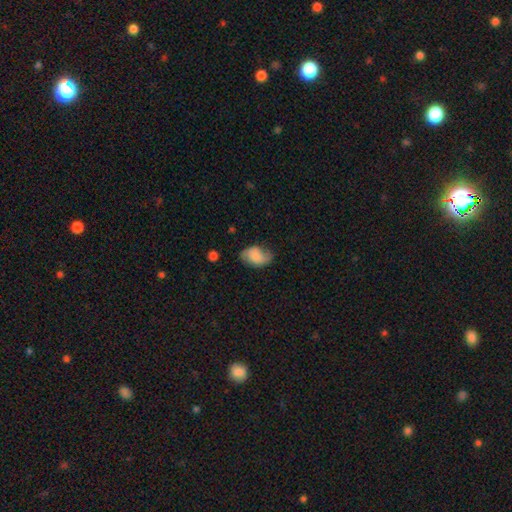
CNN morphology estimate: smooth-or-featured: smooth: 66% | featured or disk: 26% | star or artifact: 8%
  how-rounded: in between: 87% | round: 11% | cigar-shaped: 1%
  merging: none: 58% | minor disturbance: 31% | major disturbance: 10% | merger: 2%